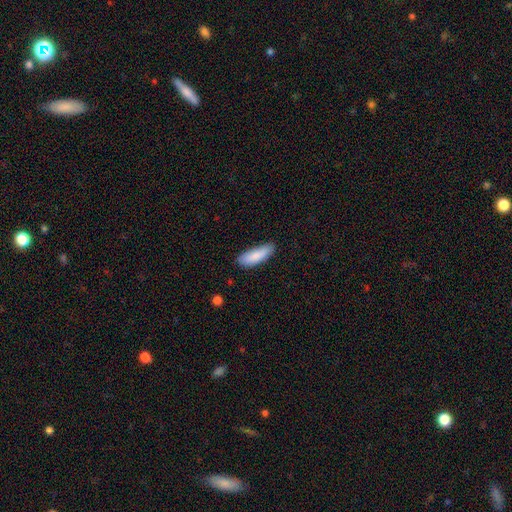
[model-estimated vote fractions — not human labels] Smooth or featured?
  - smooth: 87% *
  - featured or disk: 8%
  - star or artifact: 6%
How rounded?
  - in between: 59% *
  - cigar-shaped: 39%
  - round: 2%
Merging?
  - none: 77% *
  - minor disturbance: 19%
  - major disturbance: 3%
  - merger: 2%